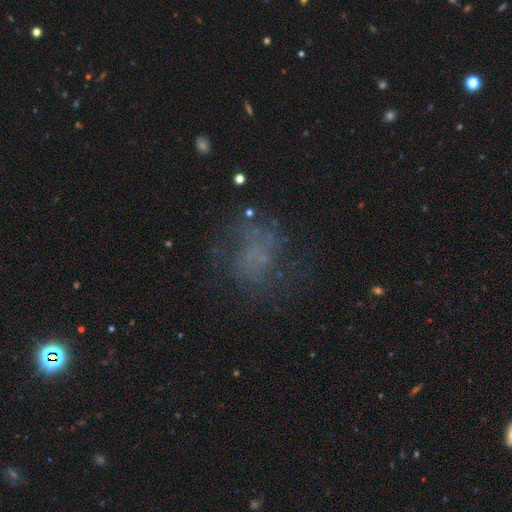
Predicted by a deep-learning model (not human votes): A featured or disk galaxy (39%). Merging: none (56%).